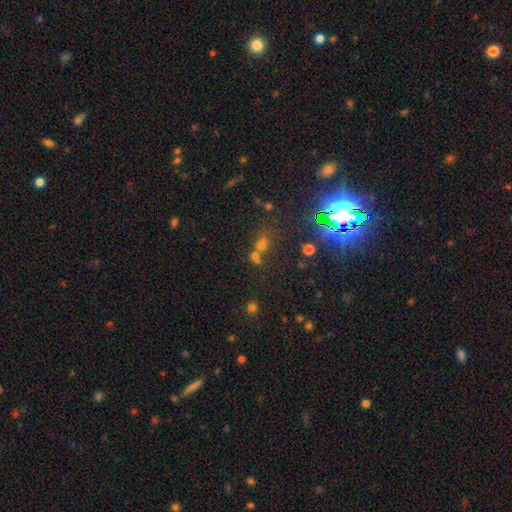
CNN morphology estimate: Overall: star or artifact (56%; smooth 33%).